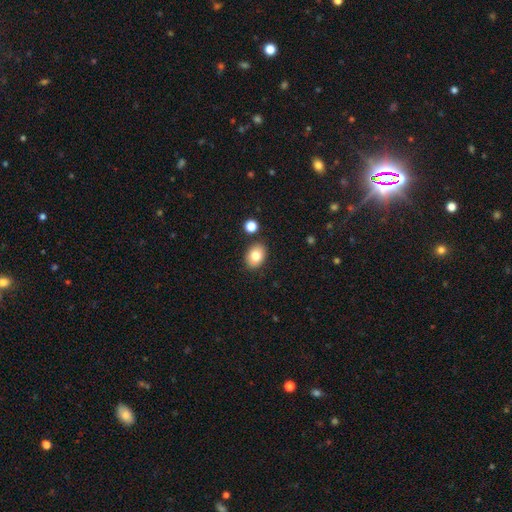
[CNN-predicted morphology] This is clearly a smooth galaxy (80%). How rounded: likely in between (71%). Merging: clearly none (84%).